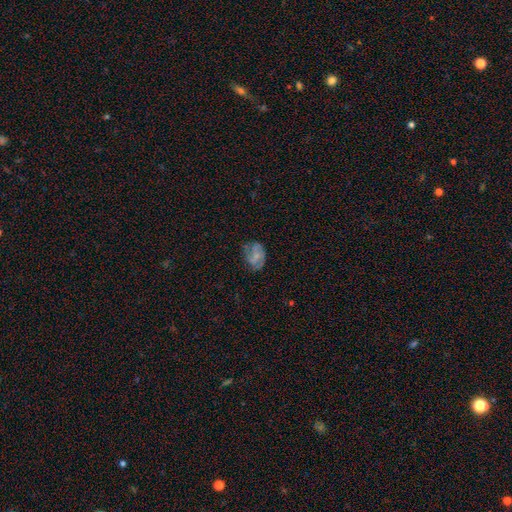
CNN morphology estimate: A smooth galaxy with no disk features (48%).

Vote fractions:
- Smooth or featured? smooth: 48% / featured or disk: 43% / star or artifact: 9%
- Merging? none: 58% / minor disturbance: 26% / major disturbance: 14% / merger: 2%